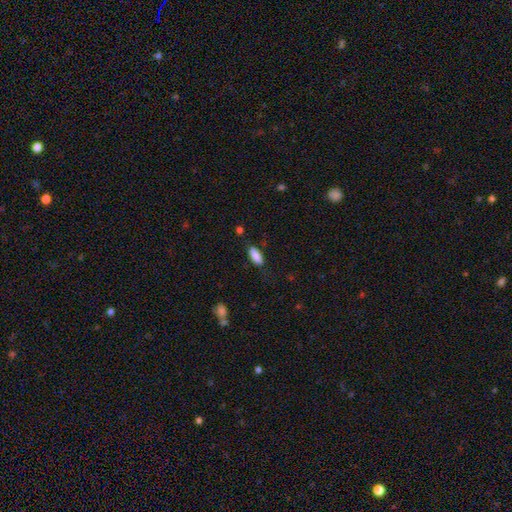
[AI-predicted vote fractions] A smooth galaxy with no disk features (88%) that is in between round and cigar-shaped (77%). Merging: none (80%).